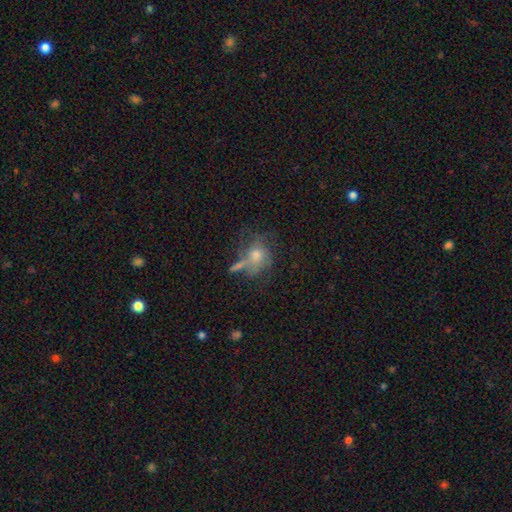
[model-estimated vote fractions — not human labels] smooth-or-featured: smooth: 54% | featured or disk: 31% | star or artifact: 15%
  how-rounded: round: 62% | in between: 36% | cigar-shaped: 2%
  merging: none: 44% | minor disturbance: 21% | major disturbance: 19% | merger: 16%